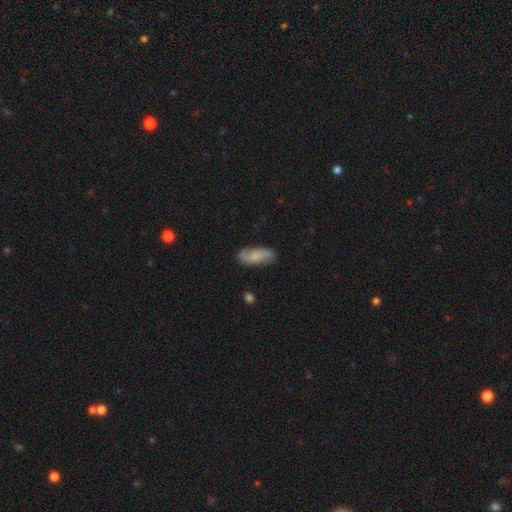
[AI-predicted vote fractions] Morphology: type=smooth (58%); roundness=in between (81%); merging=none (78%).